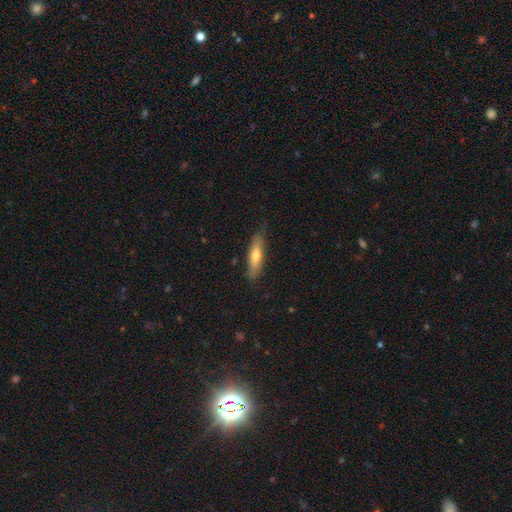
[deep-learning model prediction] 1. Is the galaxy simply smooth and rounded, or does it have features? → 65% smooth, 29% featured or disk, 6% star or artifact.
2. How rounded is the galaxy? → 64% cigar-shaped, 34% in between, 2% round.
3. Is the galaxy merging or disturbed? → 75% none, 20% minor disturbance, 3% major disturbance, 1% merger.